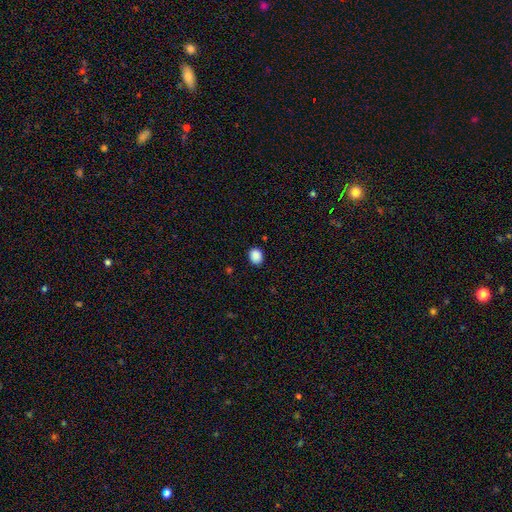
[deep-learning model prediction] A smooth galaxy with no disk features (89%) that is round (52%). Merging: none (89%).